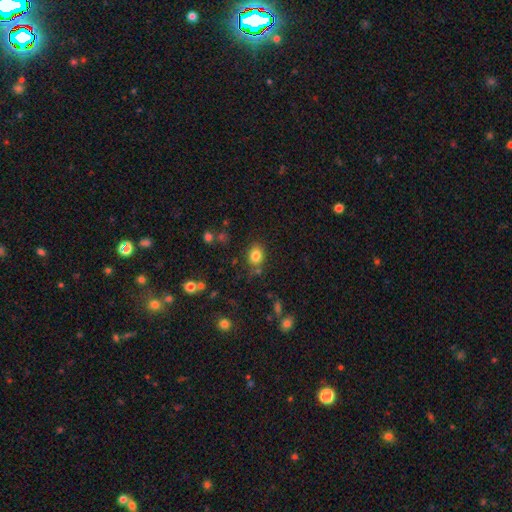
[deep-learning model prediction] Morphology: type=smooth (83%); roundness=round (53%); merging=none (76%).